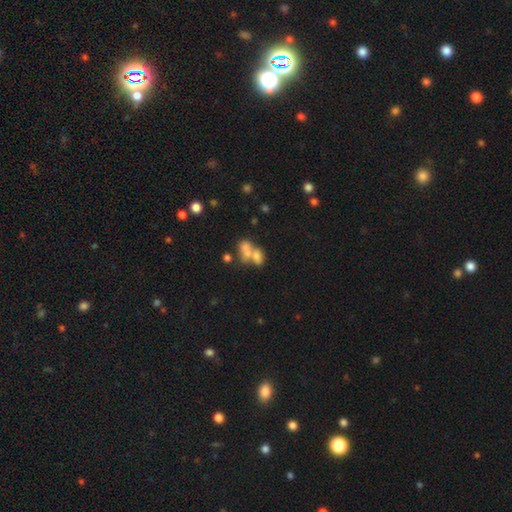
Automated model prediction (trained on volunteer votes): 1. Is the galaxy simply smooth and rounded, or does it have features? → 67% smooth, 21% featured or disk, 12% star or artifact.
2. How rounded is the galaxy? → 79% in between, 17% round, 4% cigar-shaped.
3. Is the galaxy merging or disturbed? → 66% merger, 21% none, 7% minor disturbance, 6% major disturbance.